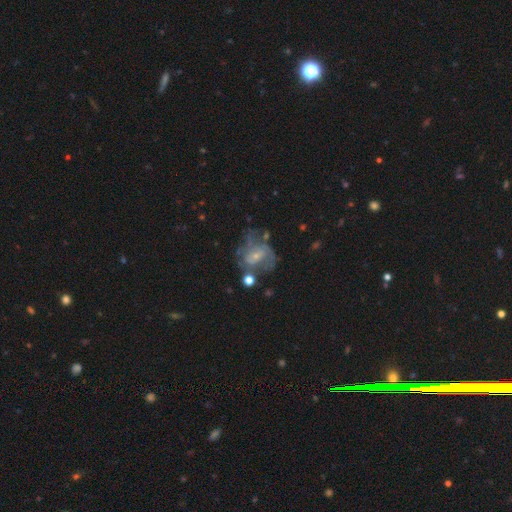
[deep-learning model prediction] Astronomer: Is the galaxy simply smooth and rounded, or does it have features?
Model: featured or disk — 66%.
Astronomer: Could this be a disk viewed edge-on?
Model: no — 97%.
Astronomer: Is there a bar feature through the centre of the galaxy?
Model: no — 52% (runner-up: weak, 38%).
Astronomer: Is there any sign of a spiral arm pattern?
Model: yes — 67%.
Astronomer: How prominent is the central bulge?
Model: small — 71%.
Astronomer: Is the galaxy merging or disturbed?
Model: none — 39% (runner-up: major disturbance, 30%).